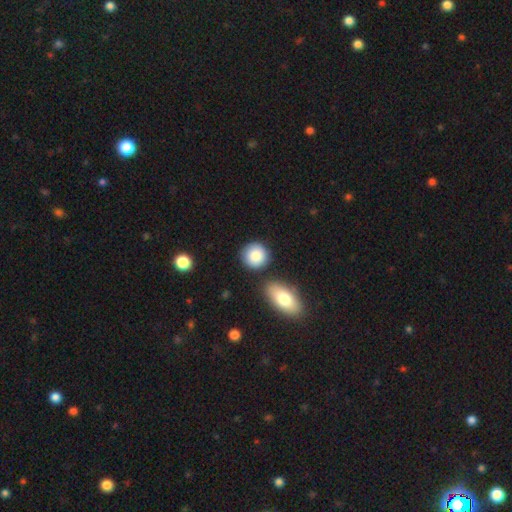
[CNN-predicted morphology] Q: Smooth or featured?
A: smooth (86%); runner-up: featured or disk (7%)
Q: How rounded?
A: round (86%); runner-up: in between (13%)
Q: Merging?
A: none (79%); runner-up: minor disturbance (10%)